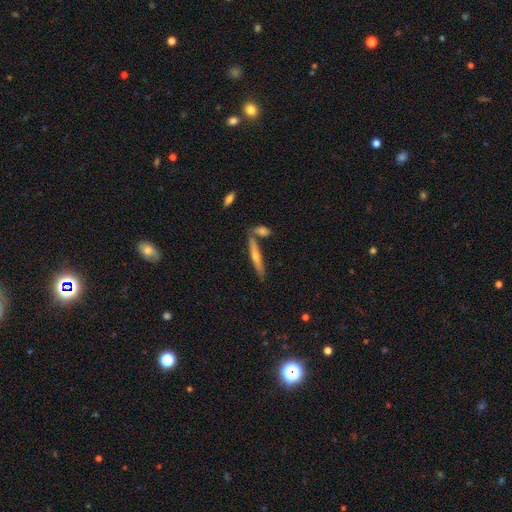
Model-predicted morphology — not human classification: type=featured or disk (62%); edge-on=yes (94%); edge-on bulge=rounded (85%); merging=none (74%).